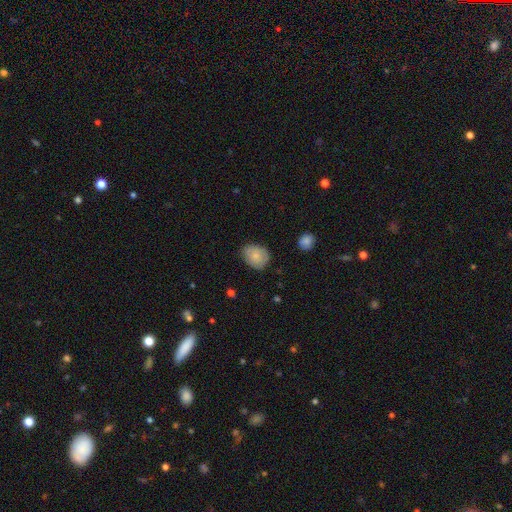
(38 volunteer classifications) Smooth or featured? 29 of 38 (76%) said smooth. How rounded? 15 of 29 (52%) said round. Merging? 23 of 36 (64%) said none.